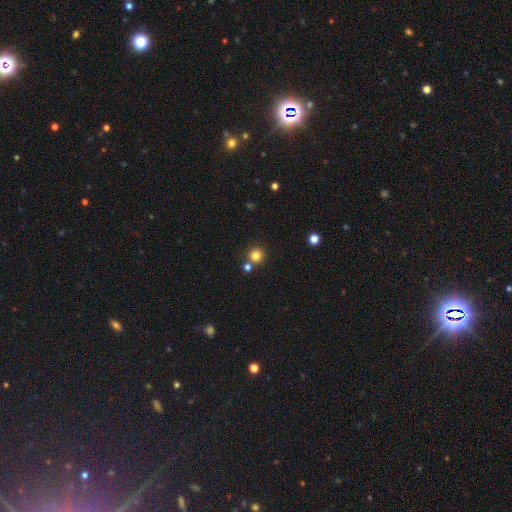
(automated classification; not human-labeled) Smooth or featured: smooth — 81% (star or artifact — 13%)
How rounded: round — 95% (in between — 4%)
Merging: none — 77% (merger — 14%)